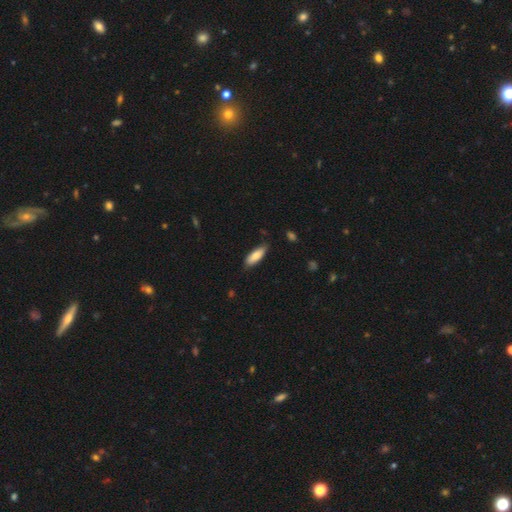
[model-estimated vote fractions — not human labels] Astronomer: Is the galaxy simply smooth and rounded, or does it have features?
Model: smooth — 84%.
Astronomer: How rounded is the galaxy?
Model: in between — 66%.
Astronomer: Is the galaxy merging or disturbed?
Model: none — 81%.